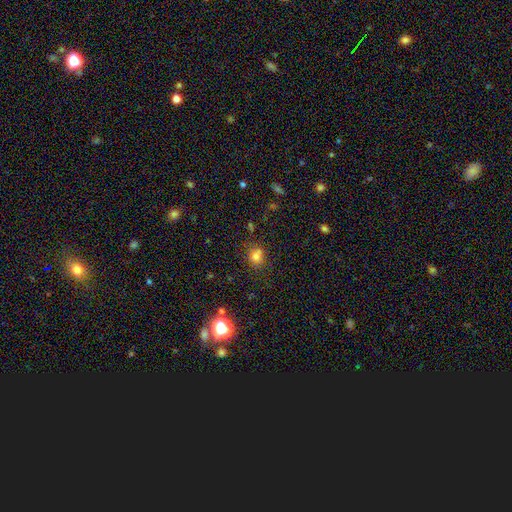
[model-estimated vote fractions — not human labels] Morphology: type=smooth (74%); roundness=round (76%); merging=none (63%).